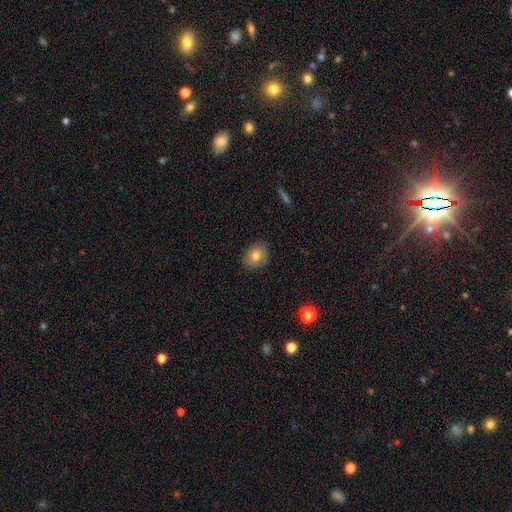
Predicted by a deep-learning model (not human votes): smooth-or-featured: smooth: 79% | featured or disk: 12% | star or artifact: 9%
  how-rounded: round: 54% | in between: 45% | cigar-shaped: 1%
  merging: none: 87% | minor disturbance: 10% | major disturbance: 2% | merger: 1%